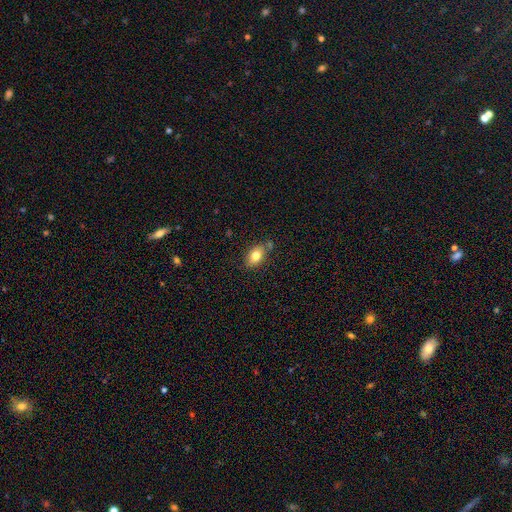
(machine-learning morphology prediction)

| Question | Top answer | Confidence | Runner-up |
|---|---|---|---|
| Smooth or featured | smooth | 79% | featured or disk (12%) |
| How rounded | in between | 81% | round (17%) |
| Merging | none | 73% | minor disturbance (17%) |